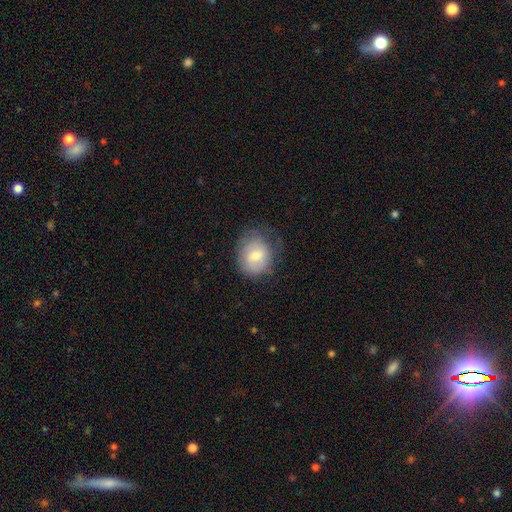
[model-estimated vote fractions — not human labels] Smooth or featured? smooth (64%)
How rounded? round (68%)
Merging? none (61%)